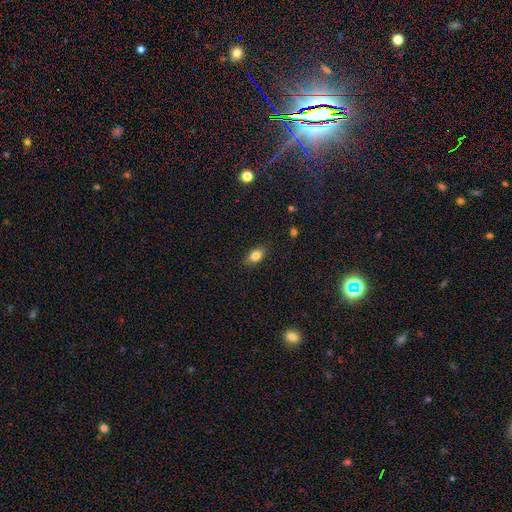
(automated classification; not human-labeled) Morphology: type=smooth (83%); roundness=in between (86%); merging=none (86%).